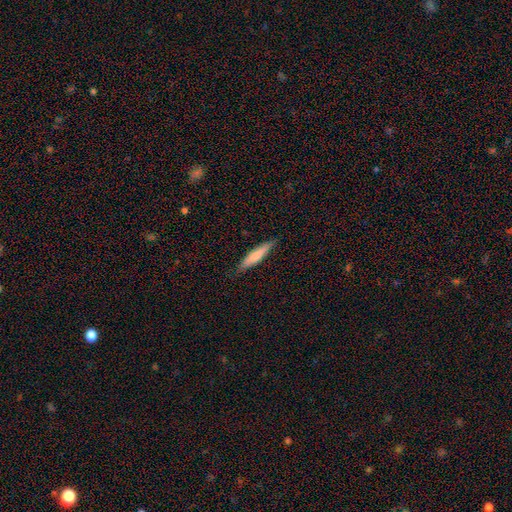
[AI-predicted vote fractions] Q: Smooth or featured?
A: smooth (71%); runner-up: featured or disk (24%)
Q: How rounded?
A: cigar-shaped (86%); runner-up: in between (12%)
Q: Merging?
A: none (87%); runner-up: minor disturbance (10%)